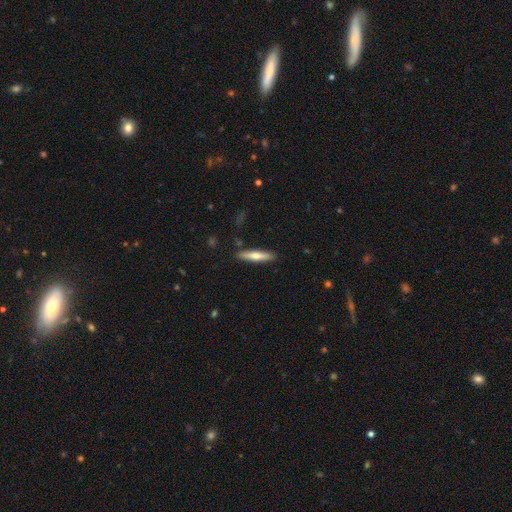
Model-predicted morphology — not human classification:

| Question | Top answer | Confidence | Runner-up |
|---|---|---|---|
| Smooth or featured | smooth | 55% | featured or disk (39%) |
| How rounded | cigar-shaped | 87% | in between (11%) |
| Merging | none | 89% | minor disturbance (8%) |